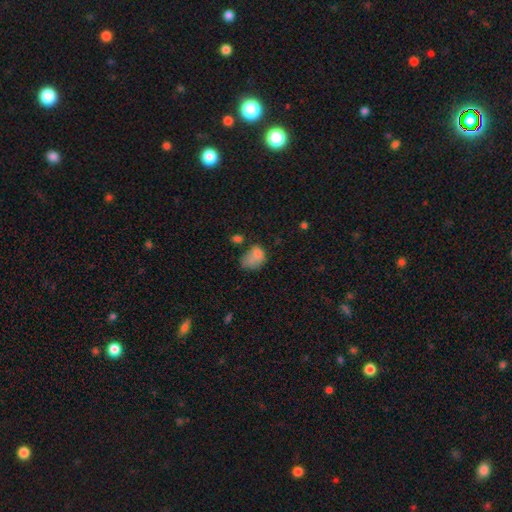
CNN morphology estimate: This is likely a smooth galaxy (76%). How rounded: likely in between (74%). Merging: marginally none (30%).